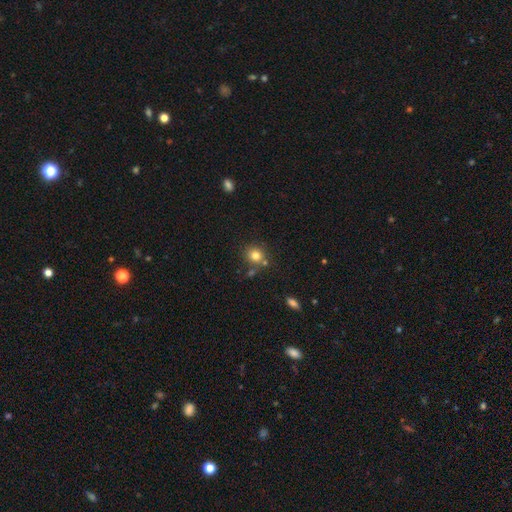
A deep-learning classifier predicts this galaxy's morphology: smooth_or_featured: smooth (p=0.79) [alt: star or artifact p=0.13]
how_rounded: round (p=0.84) [alt: in between p=0.15]
merging: none (p=0.71) [alt: merger p=0.14]